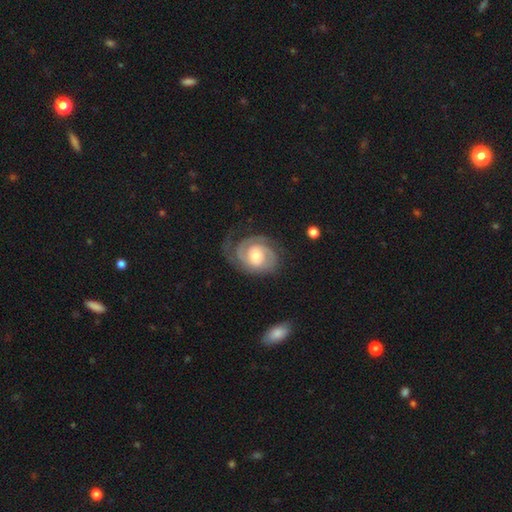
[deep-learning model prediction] Overall: featured or disk (87%). Edge-on disk: no (98%). Bar: no (60%; weak 33%). Spiral arms: yes (97%). Spiral arm count: 2 (60%). Spiral winding: tight (65%; medium 29%). Bulge size: moderate (62%; small 23%). Merging: none (67%).